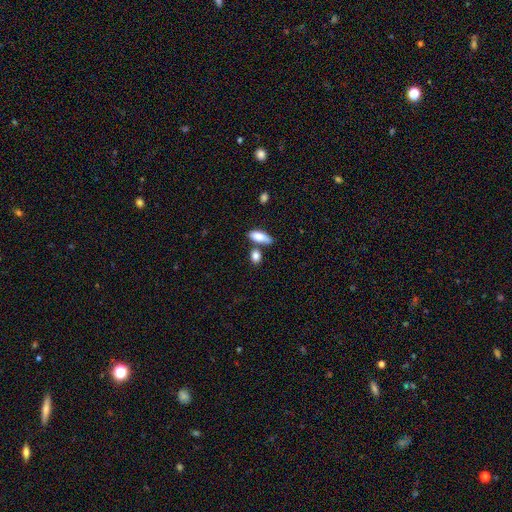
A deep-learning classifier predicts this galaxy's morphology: A smooth galaxy with no disk features (85%) that is in between round and cigar-shaped (67%). Merging: none (56%).